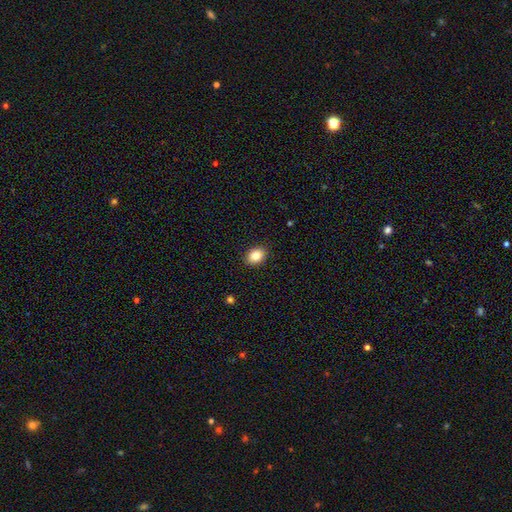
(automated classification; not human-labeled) Smooth or featured? Predicted: smooth (p=0.84). How rounded? Predicted: in between (p=0.65). Merging? Predicted: none (p=0.90).